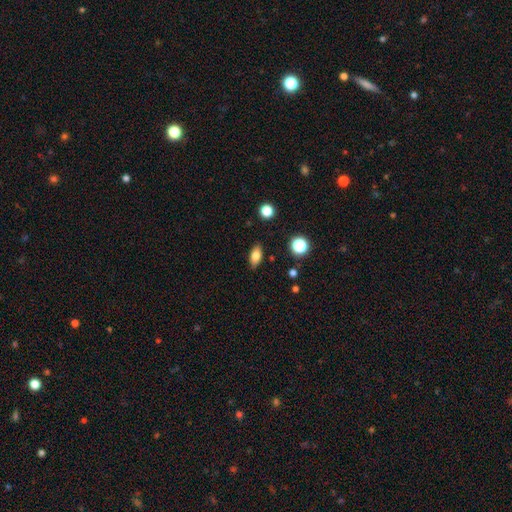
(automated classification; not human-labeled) This is likely a smooth galaxy (77%). How rounded: clearly in between (84%). Merging: clearly none (86%).